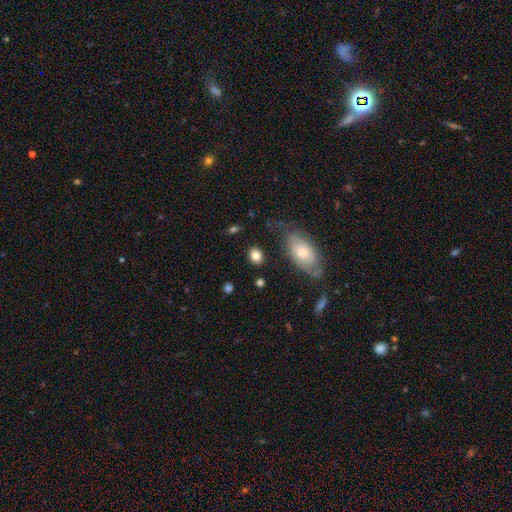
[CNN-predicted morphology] Smooth or featured: smooth — 83% (featured or disk — 9%)
How rounded: in between — 56% (round — 42%)
Merging: none — 81% (minor disturbance — 11%)